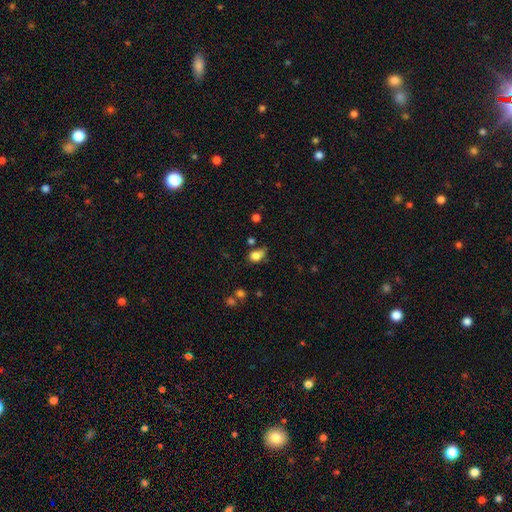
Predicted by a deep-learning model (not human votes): A smooth galaxy with no disk features (80%) that is in between round and cigar-shaped (61%).

Vote fractions:
- Smooth or featured? smooth: 80% / star or artifact: 11% / featured or disk: 9%
- How rounded? in between: 61% / round: 37% / cigar-shaped: 2%
- Merging? none: 45% / minor disturbance: 32% / major disturbance: 13% / merger: 11%